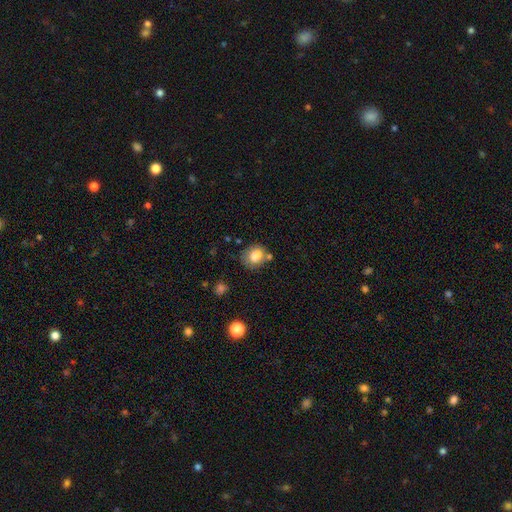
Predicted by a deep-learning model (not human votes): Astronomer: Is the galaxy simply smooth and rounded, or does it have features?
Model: smooth — 75%.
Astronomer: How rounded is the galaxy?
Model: round — 58% (runner-up: in between, 41%).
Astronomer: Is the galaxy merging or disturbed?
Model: none — 49%.